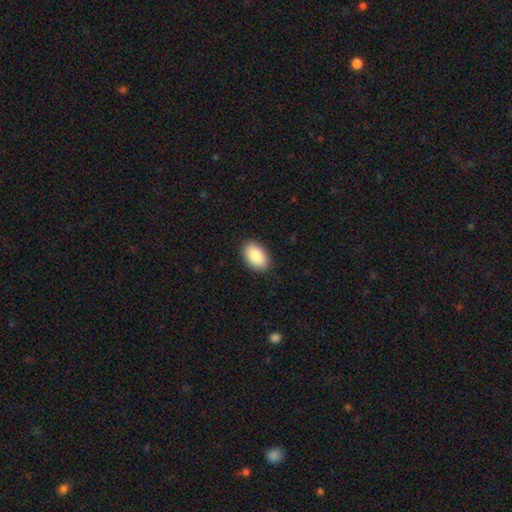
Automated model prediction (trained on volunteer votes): smooth_or_featured: smooth (p=0.89) [alt: star or artifact p=0.06]
how_rounded: in between (p=0.92) [alt: round p=0.07]
merging: none (p=0.89) [alt: minor disturbance p=0.08]